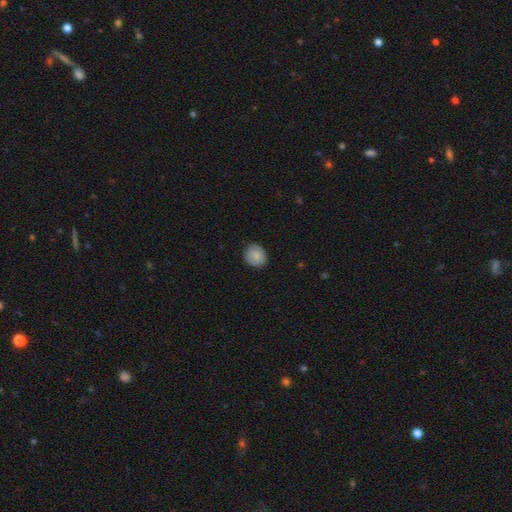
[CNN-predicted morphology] Overall: smooth (82%). How rounded: round (75%). Merging: none (84%).